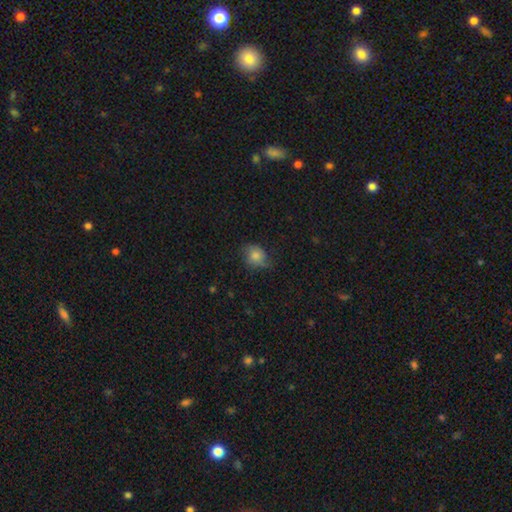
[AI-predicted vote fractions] The model was most divided on "how rounded": round: 56%, in between: 42%, cigar-shaped: 1%. More confident: smooth or featured — smooth (68%); merging — none (59%).